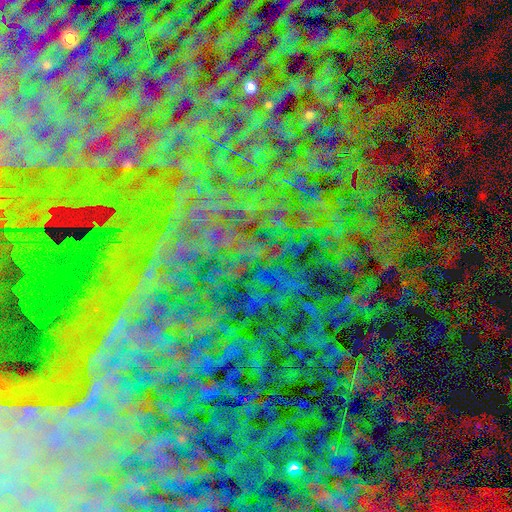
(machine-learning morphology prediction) Q: Smooth or featured?
A: star or artifact (85%); runner-up: featured or disk (8%)